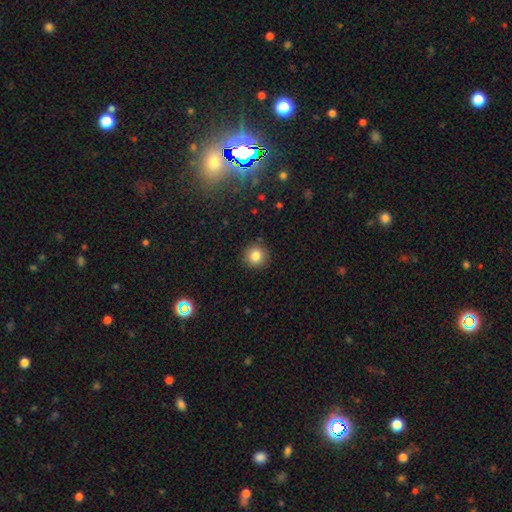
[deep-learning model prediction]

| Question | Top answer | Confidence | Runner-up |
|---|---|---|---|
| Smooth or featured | smooth | 84% | star or artifact (10%) |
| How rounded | round | 94% | in between (6%) |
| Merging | none | 91% | minor disturbance (6%) |